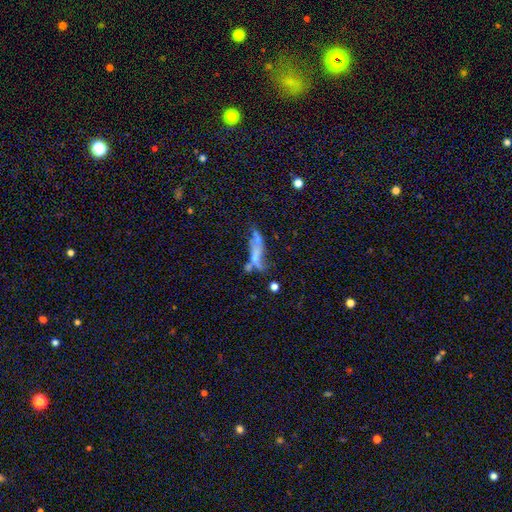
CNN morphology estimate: The model was most divided on "smooth or featured": featured or disk: 45%, smooth: 40%, star or artifact: 15%. Remaining: merging — merger (40%).